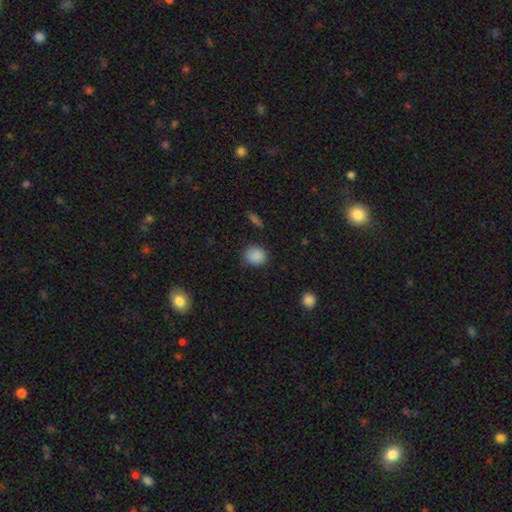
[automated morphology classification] Smooth or featured: smooth — 87% (star or artifact — 9%)
How rounded: round — 67% (in between — 32%)
Merging: none — 79% (minor disturbance — 16%)